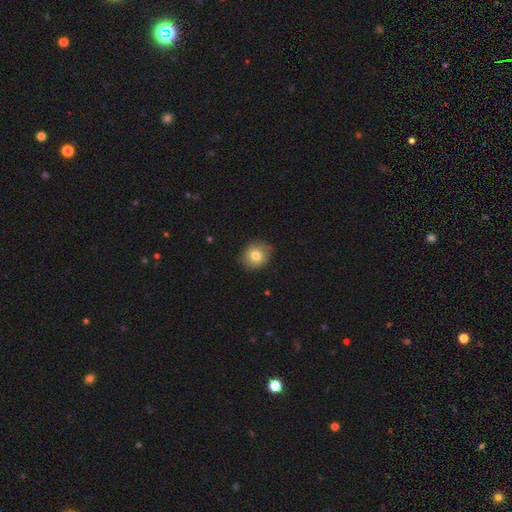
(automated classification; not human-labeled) Q: Smooth or featured?
A: smooth (79%); runner-up: featured or disk (12%)
Q: How rounded?
A: round (78%); runner-up: in between (21%)
Q: Merging?
A: none (83%); runner-up: minor disturbance (13%)